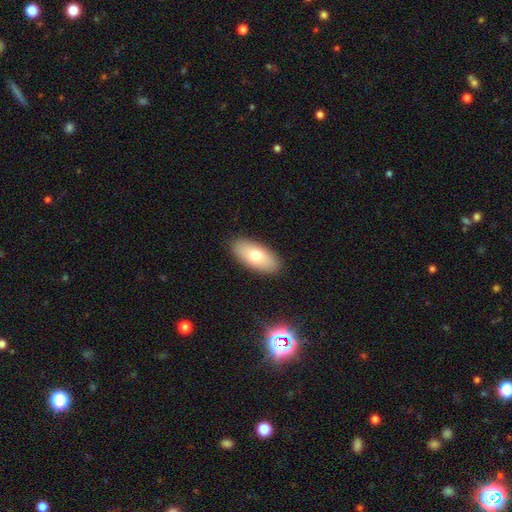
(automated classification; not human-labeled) This appears to be a smooth galaxy with no disk features (74%) that is in between round and cigar-shaped (90%). Merging: none (89%).